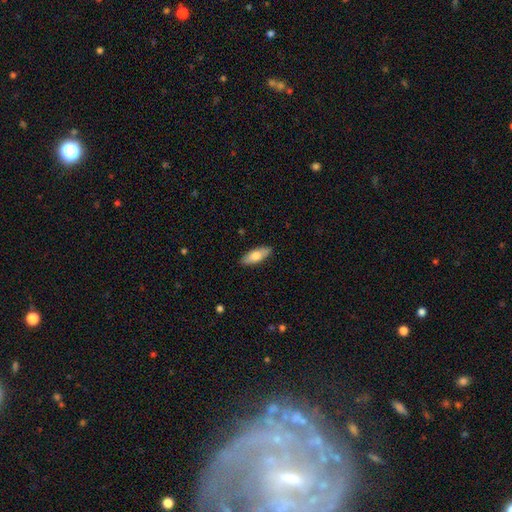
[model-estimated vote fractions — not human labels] smooth-or-featured: smooth: 72% | featured or disk: 23% | star or artifact: 6%
  how-rounded: in between: 73% | cigar-shaped: 25% | round: 2%
  merging: none: 88% | minor disturbance: 9% | major disturbance: 2% | merger: 1%